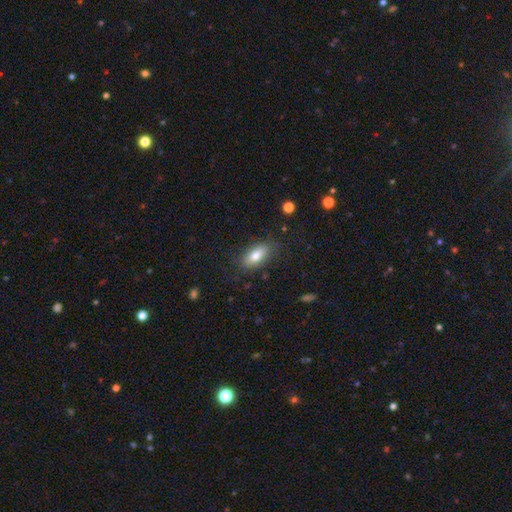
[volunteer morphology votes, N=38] Smooth or featured?
  - smooth: 84% *
  - star or artifact: 11%
  - featured or disk: 5%
How rounded?
  - in between: 91% *
  - round: 6%
  - cigar-shaped: 3%
Merging?
  - none: 91% *
  - minor disturbance: 6%
  - major disturbance: 3%
  - merger: 0%